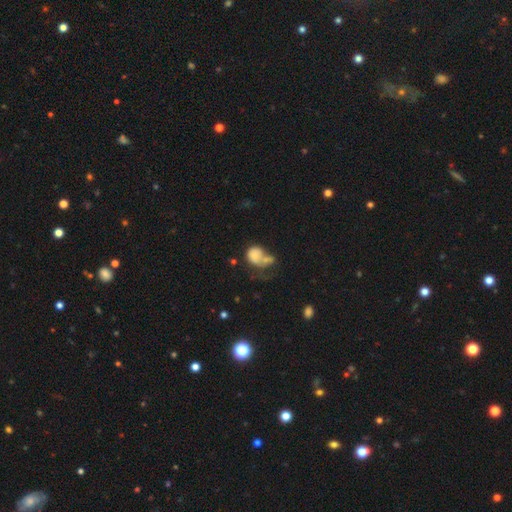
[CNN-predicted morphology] Smooth or featured: smooth — 63% (featured or disk — 27%)
How rounded: in between — 54% (round — 45%)
Merging: merger — 45% (major disturbance — 24%)